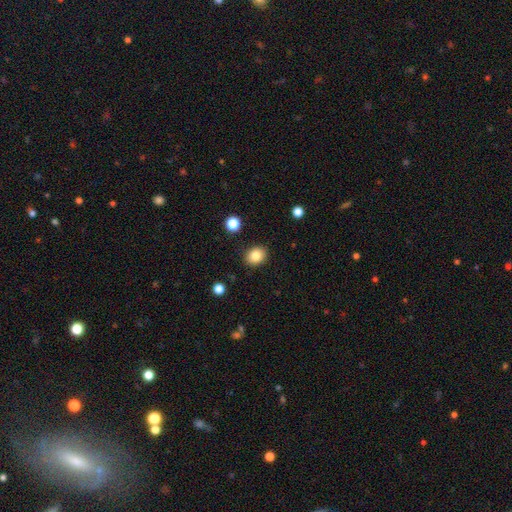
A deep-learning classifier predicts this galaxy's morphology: Q: Smooth or featured?
A: smooth (83%); runner-up: star or artifact (10%)
Q: How rounded?
A: round (50%); runner-up: in between (49%)
Q: Merging?
A: none (89%); runner-up: minor disturbance (8%)